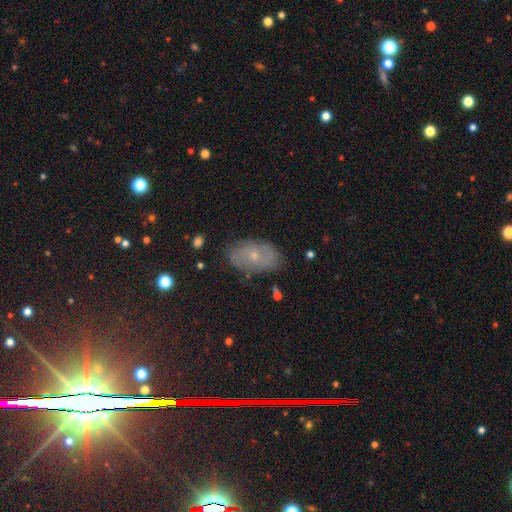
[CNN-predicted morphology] Overall: featured or disk (48%; smooth 41%). Merging: none (77%).